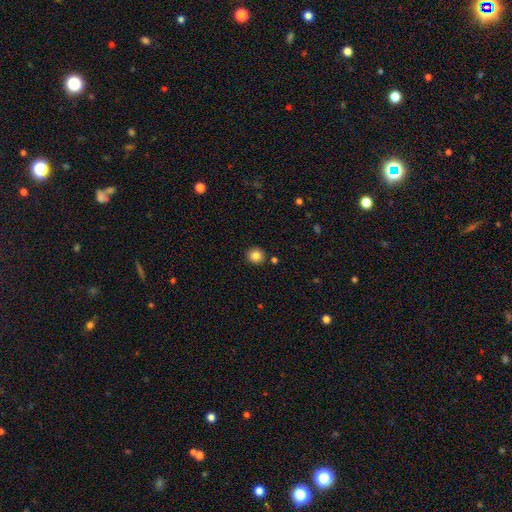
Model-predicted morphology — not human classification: Smooth or featured? smooth (85%)
How rounded? round (92%)
Merging? none (89%)